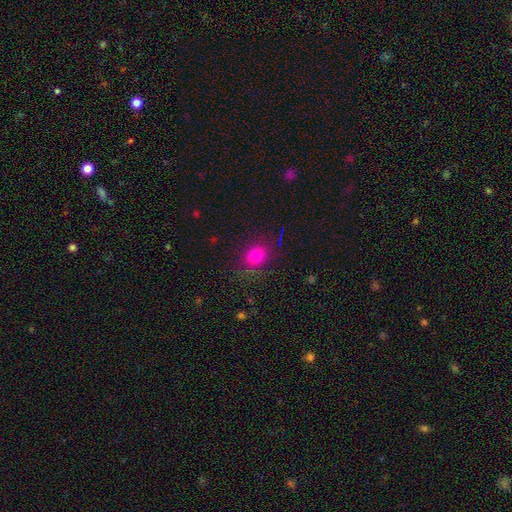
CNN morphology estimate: A smooth galaxy with no disk features (79%) that is round (52%).

Vote fractions:
- Smooth or featured? smooth: 79% / star or artifact: 14% / featured or disk: 7%
- How rounded? round: 52% / in between: 47% / cigar-shaped: 1%
- Merging? none: 82% / minor disturbance: 12% / major disturbance: 5% / merger: 1%